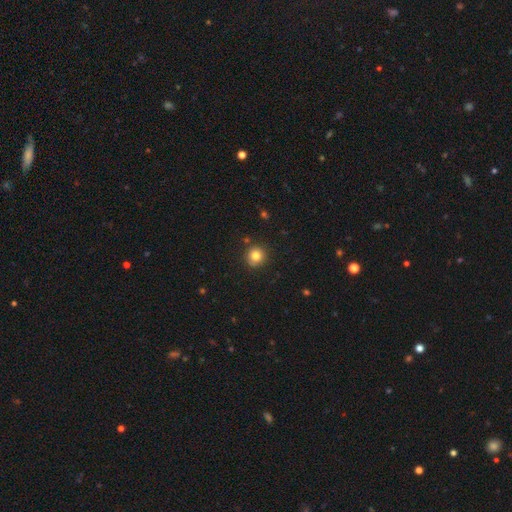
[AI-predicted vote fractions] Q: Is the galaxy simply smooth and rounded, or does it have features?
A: smooth — 81%.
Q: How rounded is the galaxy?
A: round — 92%.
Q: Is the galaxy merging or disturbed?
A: none — 87%.